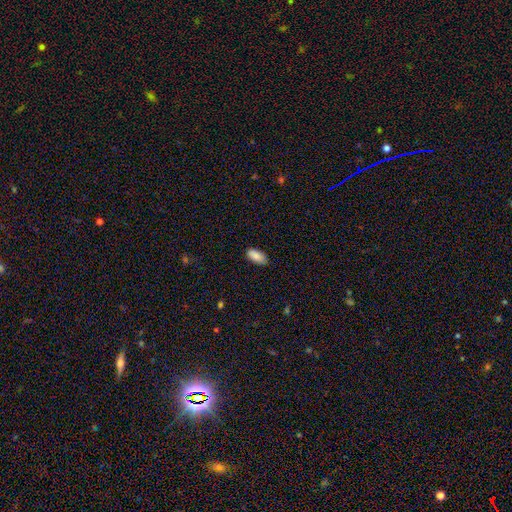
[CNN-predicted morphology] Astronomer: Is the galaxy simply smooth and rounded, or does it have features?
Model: smooth — 88%.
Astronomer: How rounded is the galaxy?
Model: in between — 91%.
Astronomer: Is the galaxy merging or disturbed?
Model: none — 85%.